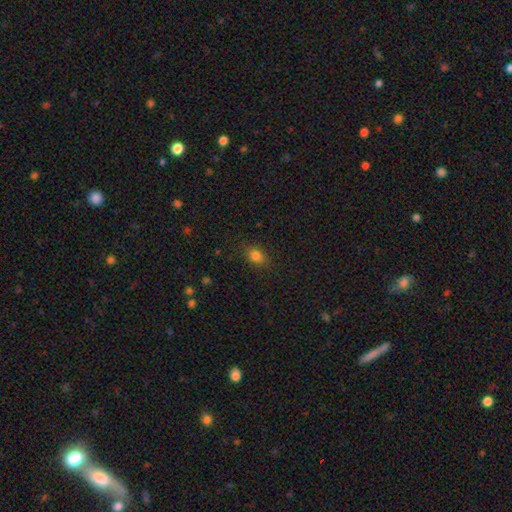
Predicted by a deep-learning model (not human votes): Smooth or featured: smooth — 80% (star or artifact — 13%)
How rounded: in between — 66% (round — 32%)
Merging: none — 80% (minor disturbance — 15%)